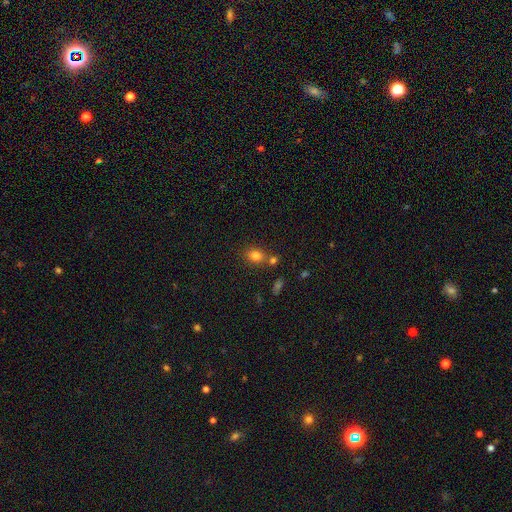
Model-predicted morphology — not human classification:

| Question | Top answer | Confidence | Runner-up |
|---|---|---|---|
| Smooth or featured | smooth | 80% | star or artifact (12%) |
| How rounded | in between | 53% | round (46%) |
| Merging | none | 63% | merger (21%) |